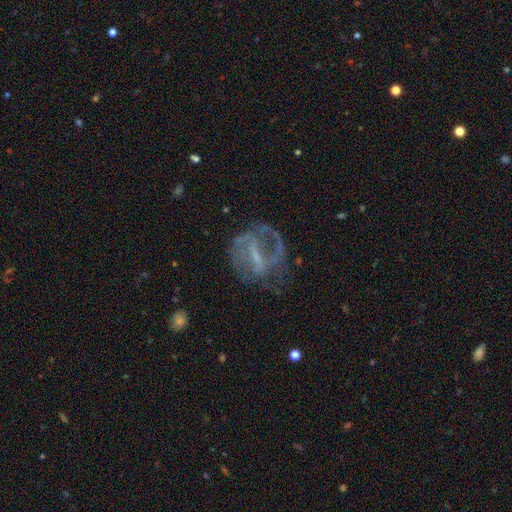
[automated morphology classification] Smooth or featured? Predicted: featured or disk (p=0.77). Edge-on disk? Predicted: no (p=0.96). Bar? Predicted: strong (p=0.43). Spiral arms? Predicted: yes (p=0.76). Spiral winding? Predicted: medium (p=0.44). Spiral arm count? Predicted: 2 (p=0.50). Bulge size? Predicted: small (p=0.51). Merging? Predicted: none (p=0.53).